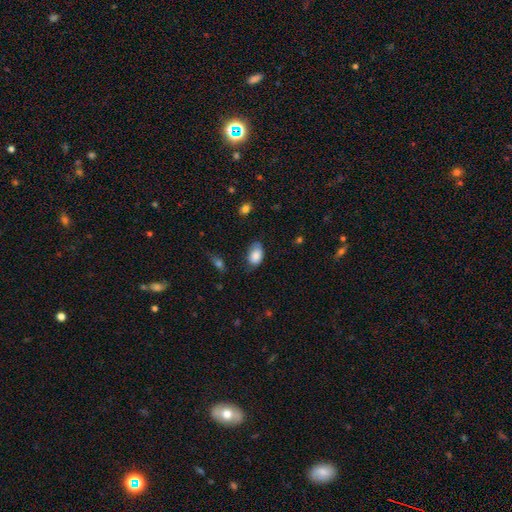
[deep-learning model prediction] Morphology: type=smooth (83%); roundness=in between (91%); merging=none (59%).